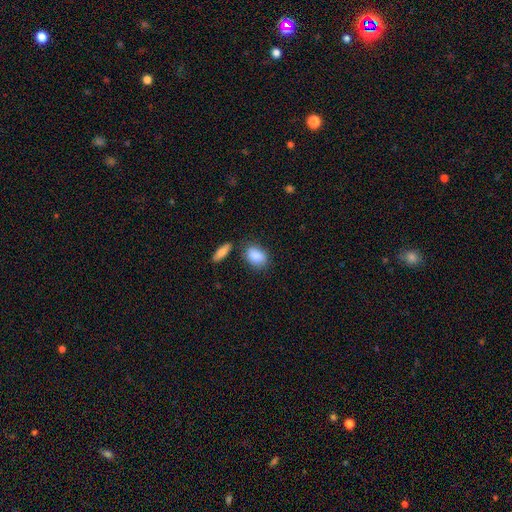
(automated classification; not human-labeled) Q: Smooth or featured?
A: smooth (87%); runner-up: featured or disk (7%)
Q: How rounded?
A: in between (83%); runner-up: round (15%)
Q: Merging?
A: none (73%); runner-up: minor disturbance (14%)